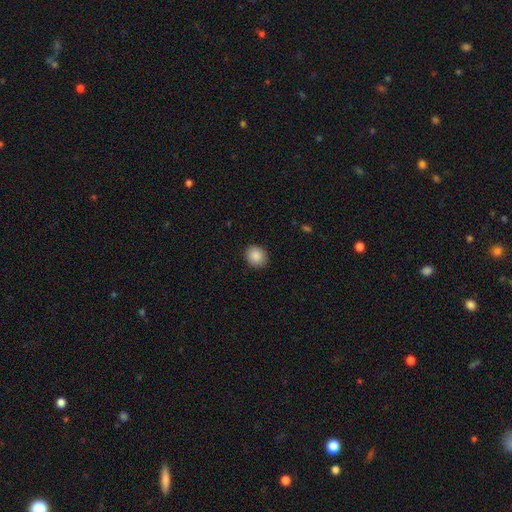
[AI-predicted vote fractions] Smooth or featured: smooth — 88% (star or artifact — 8%)
How rounded: round — 72% (in between — 27%)
Merging: none — 89% (minor disturbance — 8%)